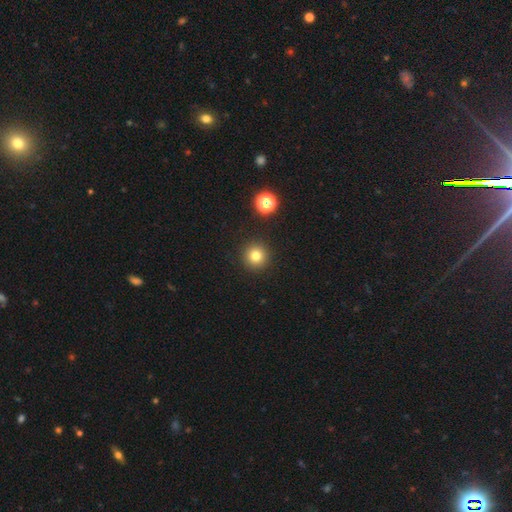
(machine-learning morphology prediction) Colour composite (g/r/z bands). It shows a smooth galaxy with no disk features (79%) that is round (95%). Merging: none (91%).